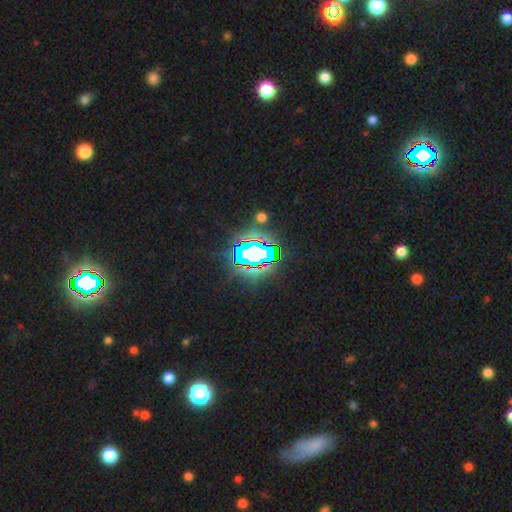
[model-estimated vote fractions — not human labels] Smooth or featured? star or artifact (76%)